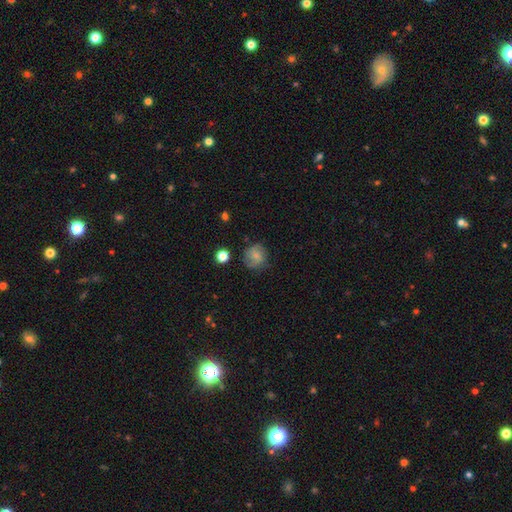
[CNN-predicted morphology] This appears to be a smooth galaxy with no disk features (62%) that is round (81%). Merging: none (69%).